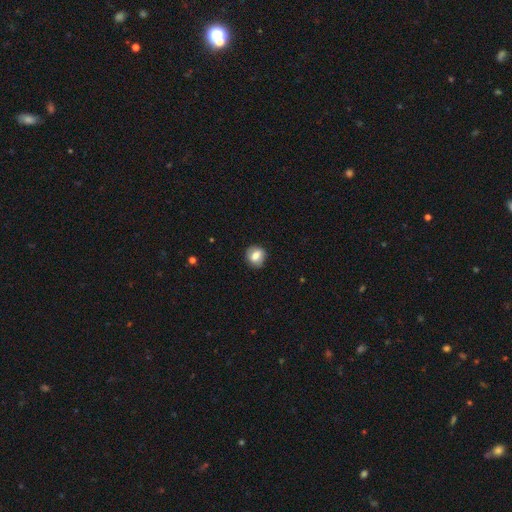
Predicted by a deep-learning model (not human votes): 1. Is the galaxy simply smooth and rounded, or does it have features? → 72% smooth, 19% featured or disk, 9% star or artifact.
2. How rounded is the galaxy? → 76% round, 23% in between, 1% cigar-shaped.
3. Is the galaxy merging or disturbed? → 85% none, 11% minor disturbance, 3% major disturbance, 1% merger.